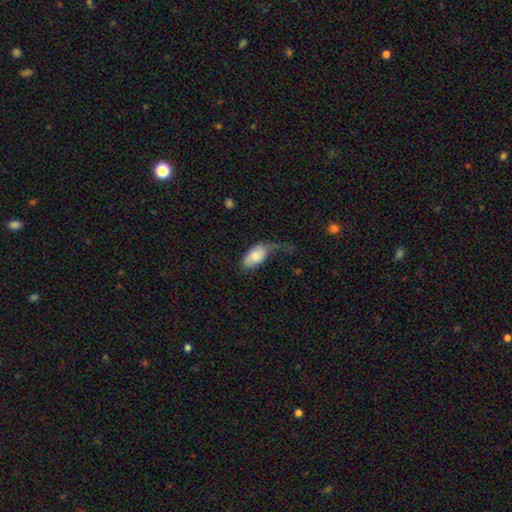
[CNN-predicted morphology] Smooth or featured? Predicted: smooth (p=0.76). How rounded? Predicted: in between (p=0.94). Merging? Predicted: major disturbance (p=0.39).